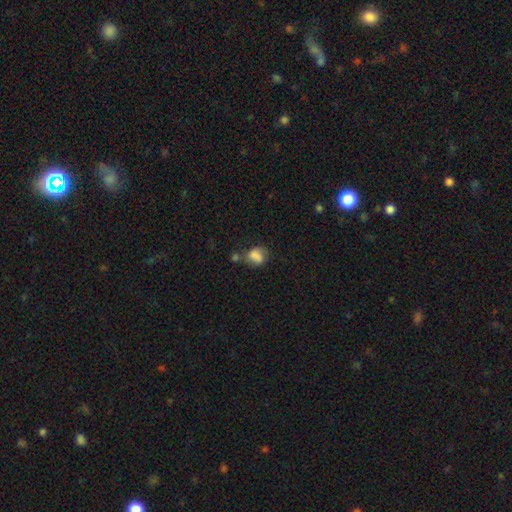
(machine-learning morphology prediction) This appears to be a smooth galaxy with no disk features (77%) that is in between round and cigar-shaped (52%). Merging: none (41%).